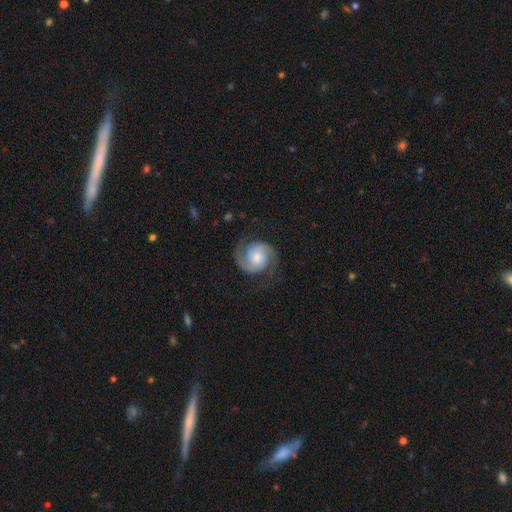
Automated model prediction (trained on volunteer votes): Smooth or featured? featured or disk (88%)
Edge-on disk? no (98%)
Bar? no (66%)
Spiral arms? yes (98%)
Spiral winding? medium (50%)
Spiral arm count? 2 (94%)
Bulge size? moderate (46%)
Merging? none (81%)